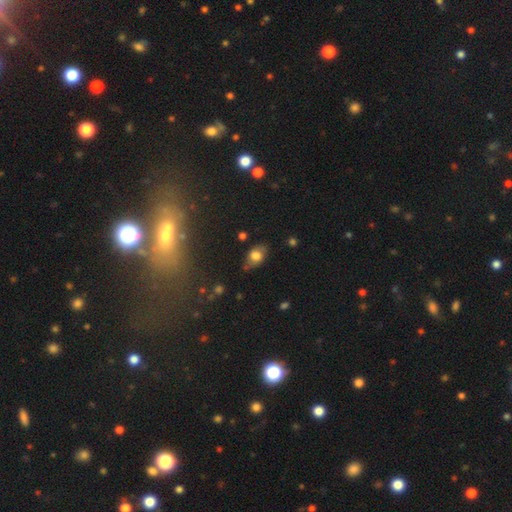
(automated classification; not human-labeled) smooth_or_featured: smooth (p=0.69) [alt: featured or disk p=0.20]
how_rounded: in between (p=0.83) [alt: round p=0.15]
merging: none (p=0.71) [alt: minor disturbance p=0.22]